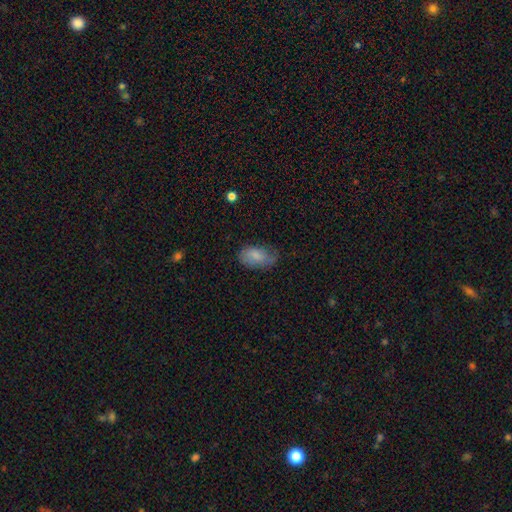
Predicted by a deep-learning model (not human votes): Smooth or featured? smooth (76%)
How rounded? in between (93%)
Merging? none (51%)